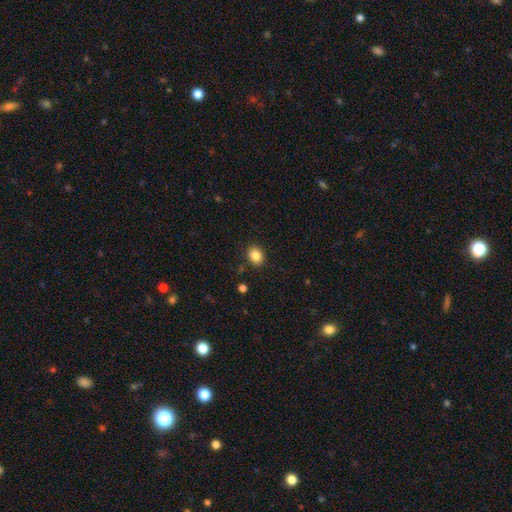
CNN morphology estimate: This is clearly a smooth galaxy (85%). How rounded: possibly round (50%). Merging: clearly none (88%).